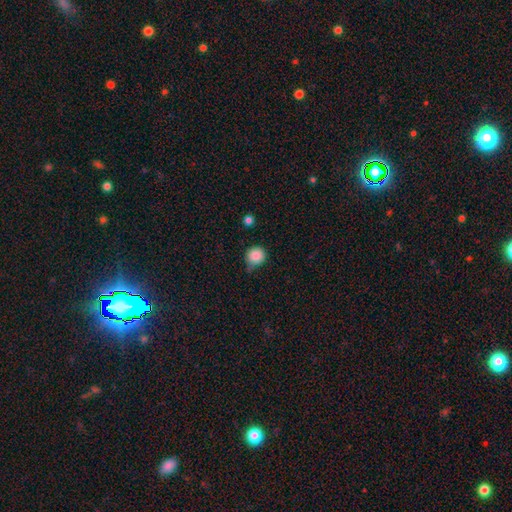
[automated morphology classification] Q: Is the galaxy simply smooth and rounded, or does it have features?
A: smooth — 87%.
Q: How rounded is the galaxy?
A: round — 92%.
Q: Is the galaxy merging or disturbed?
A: none — 63%.